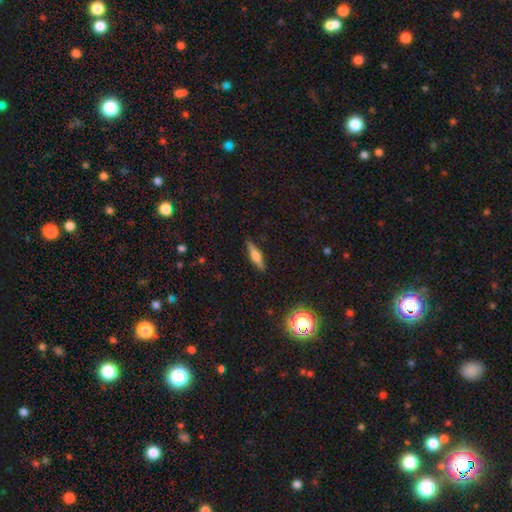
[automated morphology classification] smooth-or-featured: featured or disk: 51% | smooth: 40% | star or artifact: 8%
  disk-edge-on: yes: 96% | no: 4%
  merging: none: 89% | minor disturbance: 8% | major disturbance: 2% | merger: 1%